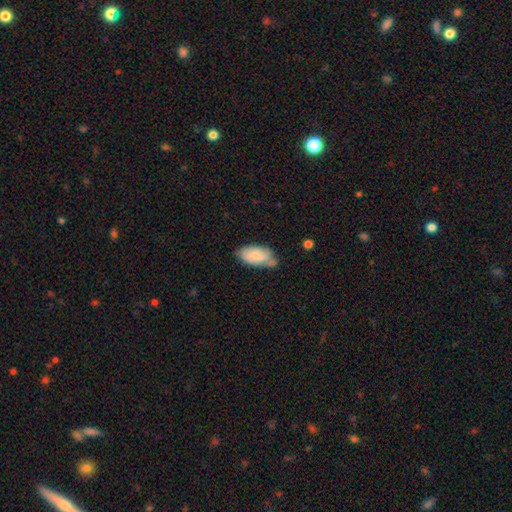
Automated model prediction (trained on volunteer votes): Smooth or featured? Predicted: smooth (p=0.77). How rounded? Predicted: in between (p=0.93). Merging? Predicted: none (p=0.52).